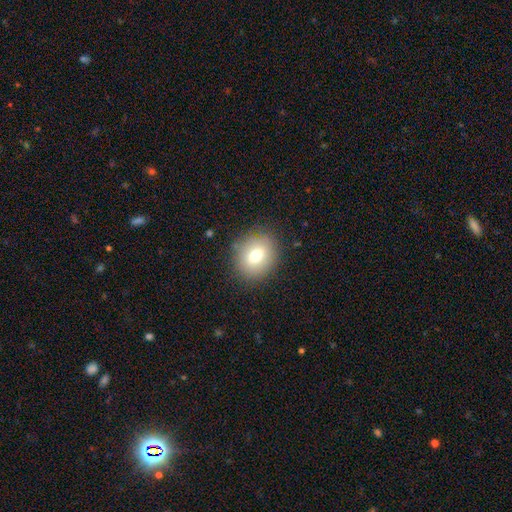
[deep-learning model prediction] Smooth or featured?
  - smooth: 73% *
  - featured or disk: 15%
  - star or artifact: 12%
How rounded?
  - round: 73% *
  - in between: 26%
  - cigar-shaped: 1%
Merging?
  - none: 85% *
  - minor disturbance: 10%
  - major disturbance: 4%
  - merger: 1%